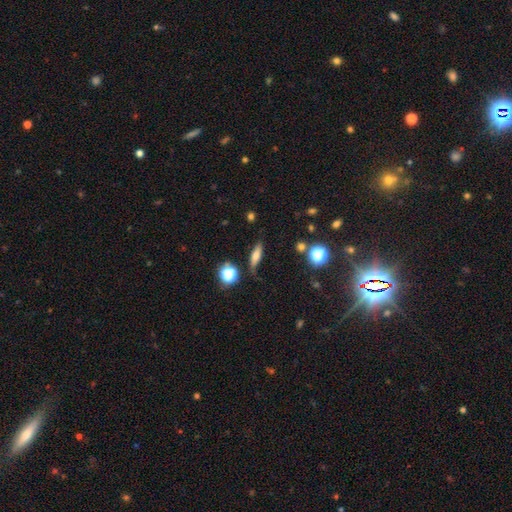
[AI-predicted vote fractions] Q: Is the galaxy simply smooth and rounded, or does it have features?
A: smooth — 62%.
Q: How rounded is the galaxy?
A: cigar-shaped — 51%.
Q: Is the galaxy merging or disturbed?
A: none — 73%.